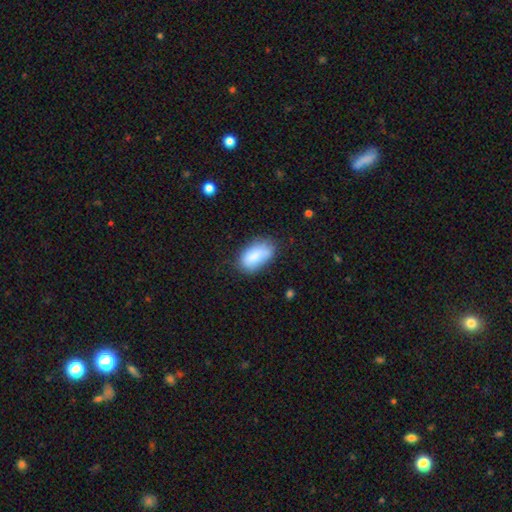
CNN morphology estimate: Q: Smooth or featured?
A: smooth (84%); runner-up: featured or disk (9%)
Q: How rounded?
A: in between (94%); runner-up: round (4%)
Q: Merging?
A: none (68%); runner-up: minor disturbance (23%)